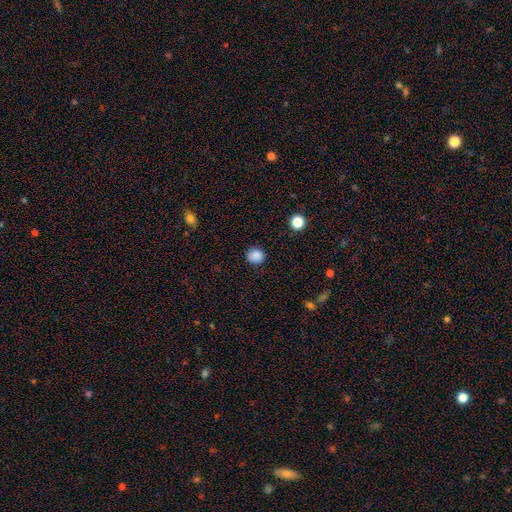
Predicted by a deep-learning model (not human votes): A smooth galaxy with no disk features (87%) that is round (77%).

Vote fractions:
- Smooth or featured? smooth: 87% / star or artifact: 10% / featured or disk: 3%
- How rounded? round: 77% / in between: 22% / cigar-shaped: 1%
- Merging? none: 88% / minor disturbance: 8% / major disturbance: 2% / merger: 1%